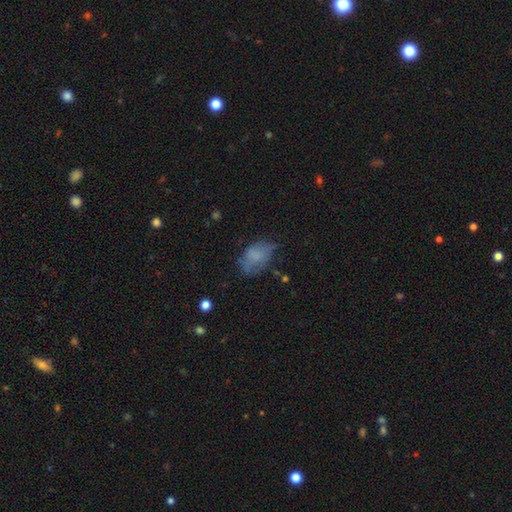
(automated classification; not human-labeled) This appears to be a smooth galaxy with no disk features (63%) that is in between round and cigar-shaped (85%). Merging: none (42%).